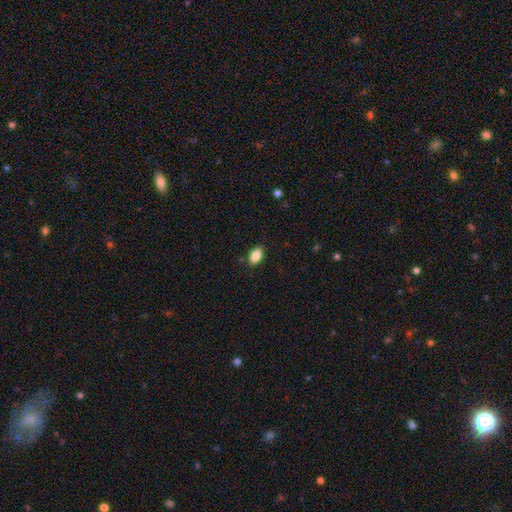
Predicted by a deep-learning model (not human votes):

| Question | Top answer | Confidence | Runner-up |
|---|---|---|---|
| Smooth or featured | smooth | 87% | star or artifact (8%) |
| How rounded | in between | 91% | round (7%) |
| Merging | none | 86% | minor disturbance (10%) |